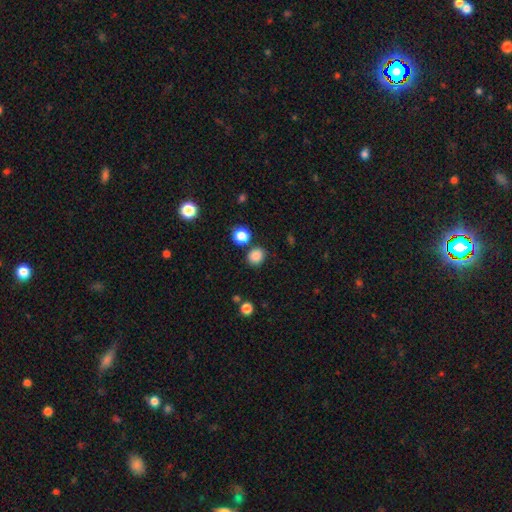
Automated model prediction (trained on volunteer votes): Smooth or featured? smooth (85%)
How rounded? round (79%)
Merging? none (82%)